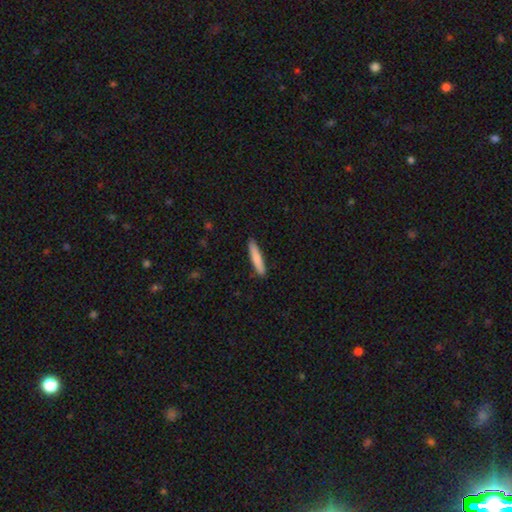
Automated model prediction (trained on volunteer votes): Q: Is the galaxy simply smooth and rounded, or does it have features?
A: smooth — 82%.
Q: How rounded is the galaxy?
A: cigar-shaped — 91%.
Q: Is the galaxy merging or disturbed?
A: none — 90%.